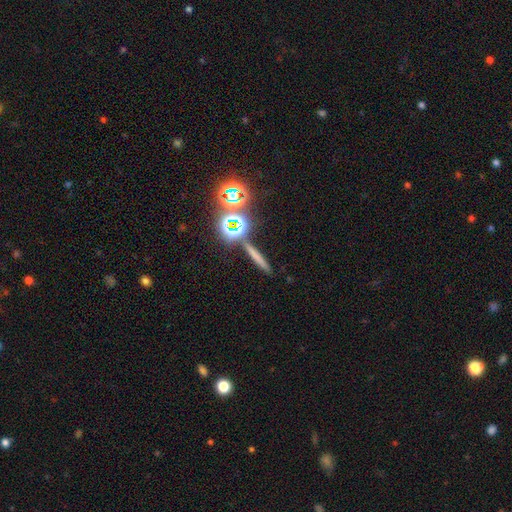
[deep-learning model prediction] smooth-or-featured: smooth: 55% | star or artifact: 25% | featured or disk: 20%
  how-rounded: cigar-shaped: 82% | round: 10% | in between: 7%
  merging: none: 82% | minor disturbance: 7% | merger: 7% | major disturbance: 3%